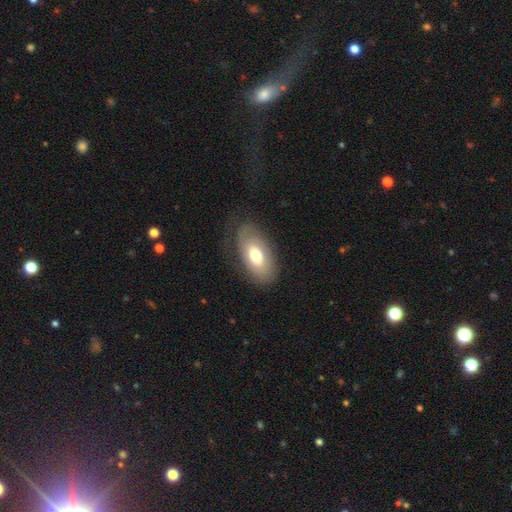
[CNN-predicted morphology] Q: Smooth or featured?
A: smooth (61%); runner-up: featured or disk (32%)
Q: How rounded?
A: in between (92%); runner-up: round (4%)
Q: Merging?
A: none (72%); runner-up: minor disturbance (18%)